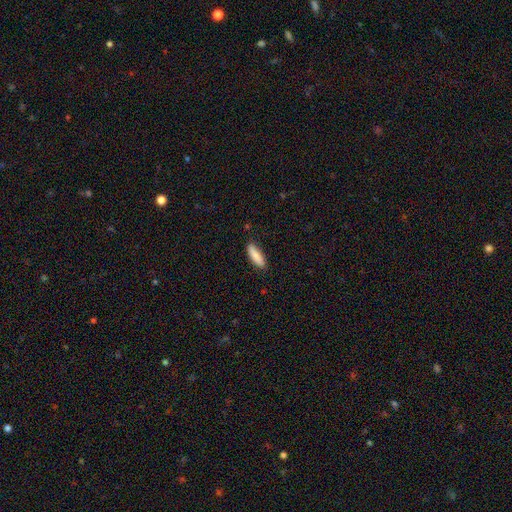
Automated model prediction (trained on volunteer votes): smooth 86%, featured or disk 8%, star or artifact 6%. Down the decision tree: how rounded — cigar-shaped (56%); merging — none (85%).